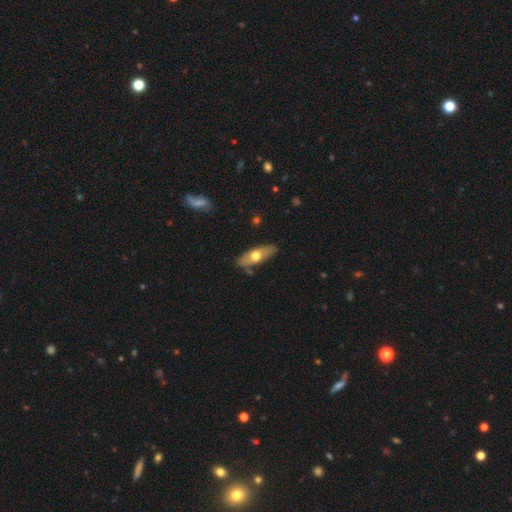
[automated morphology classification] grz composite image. It shows a smooth galaxy with no disk features (53%) that is in between round and cigar-shaped (62%). Merging: none (81%).